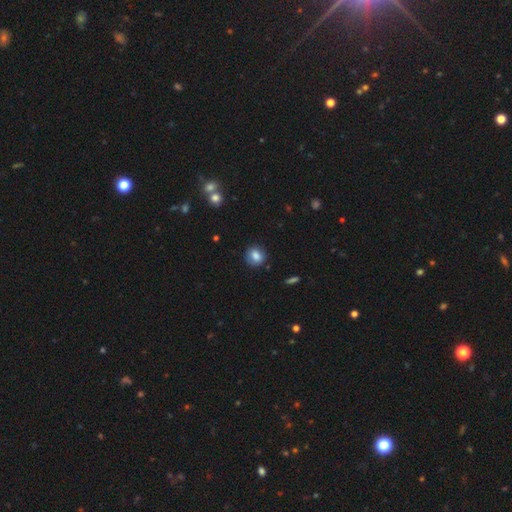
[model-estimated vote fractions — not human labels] smooth-or-featured: smooth: 82% | featured or disk: 9% | star or artifact: 9%
  how-rounded: round: 71% | in between: 28% | cigar-shaped: 1%
  merging: none: 81% | minor disturbance: 14% | major disturbance: 3% | merger: 2%